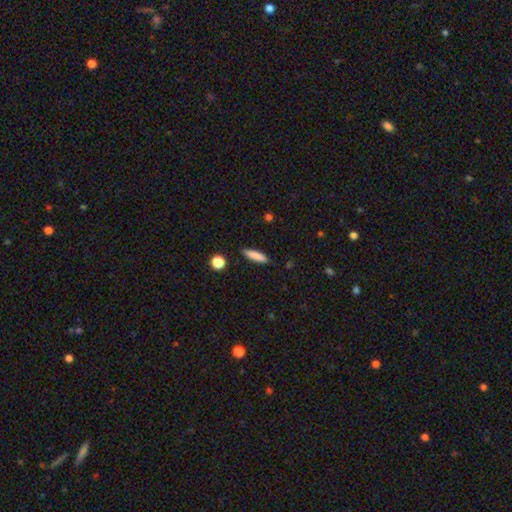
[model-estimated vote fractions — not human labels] Overall: smooth (84%). How rounded: cigar-shaped (73%). Merging: none (88%).